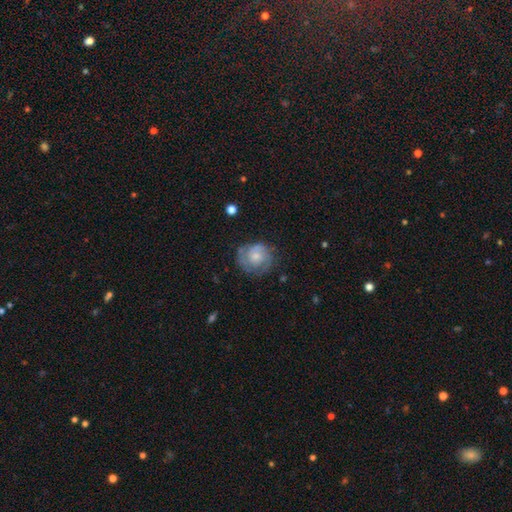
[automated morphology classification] The model was most divided on "bulge size": small: 49%, moderate: 40%, none: 6%, large: 4%, dominant: 1%. Remaining: edge-on disk — no (98%); spiral arms — yes (87%); bar — no (77%); merging — none (68%); smooth or featured — featured or disk (64%); spiral winding — tight (57%); spiral arm count — 2 (49%).